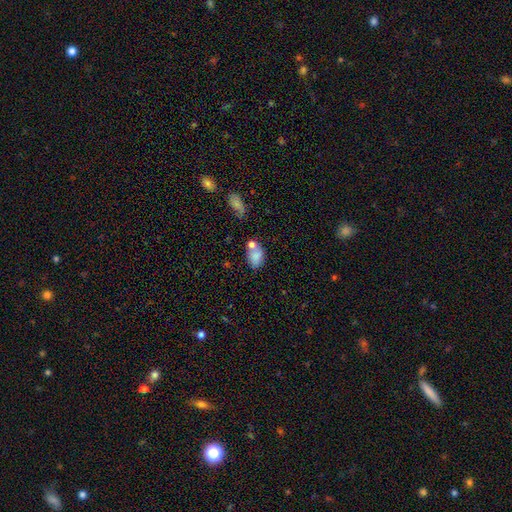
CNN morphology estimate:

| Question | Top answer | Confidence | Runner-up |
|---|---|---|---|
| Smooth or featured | smooth | 77% | featured or disk (13%) |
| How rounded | in between | 80% | round (18%) |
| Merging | none | 46% | merger (26%) |